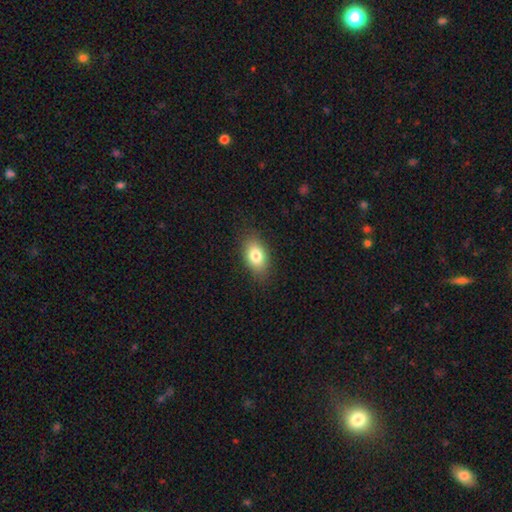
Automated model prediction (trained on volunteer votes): Q: Smooth or featured?
A: smooth (80%); runner-up: featured or disk (12%)
Q: How rounded?
A: in between (88%); runner-up: round (10%)
Q: Merging?
A: none (85%); runner-up: minor disturbance (11%)